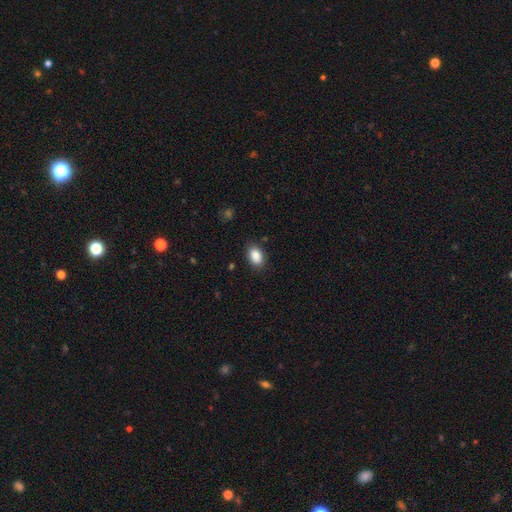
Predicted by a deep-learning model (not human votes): This appears to be a smooth galaxy with no disk features (88%) that is in between round and cigar-shaped (88%). Merging: none (84%).